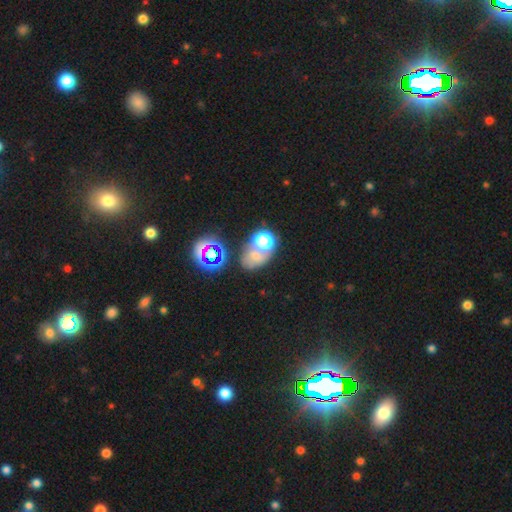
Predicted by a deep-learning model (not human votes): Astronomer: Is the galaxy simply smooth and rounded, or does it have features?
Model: smooth — 46% (runner-up: star or artifact, 35%).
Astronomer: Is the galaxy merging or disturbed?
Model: none — 41% (runner-up: merger, 34%).